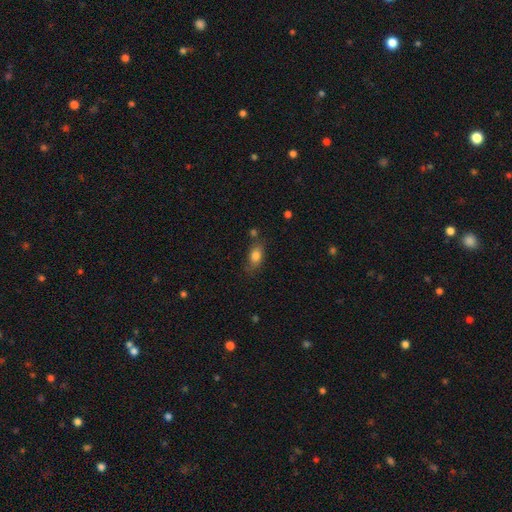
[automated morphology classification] type=smooth (80%); roundness=in between (81%); merging=none (69%).